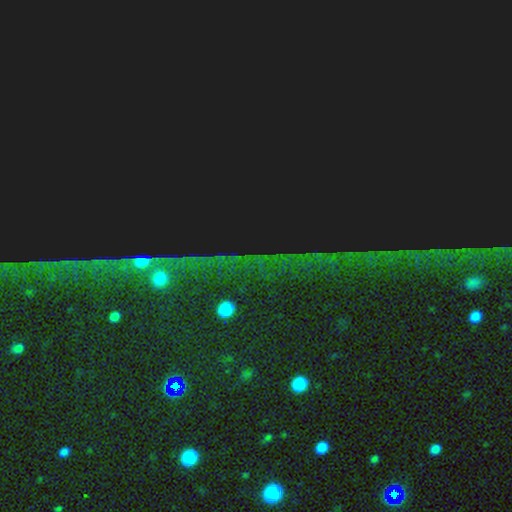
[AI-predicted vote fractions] This appears to be a star or artifact, not a galaxy (85%).